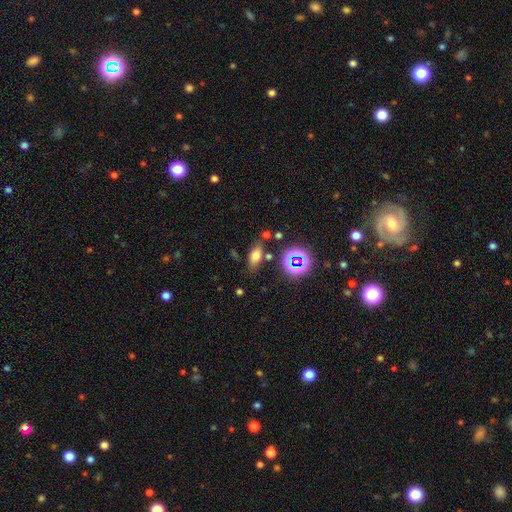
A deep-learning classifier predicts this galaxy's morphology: This appears to be a smooth galaxy with no disk features (69%) that is in between round and cigar-shaped (80%). Merging: none (73%).